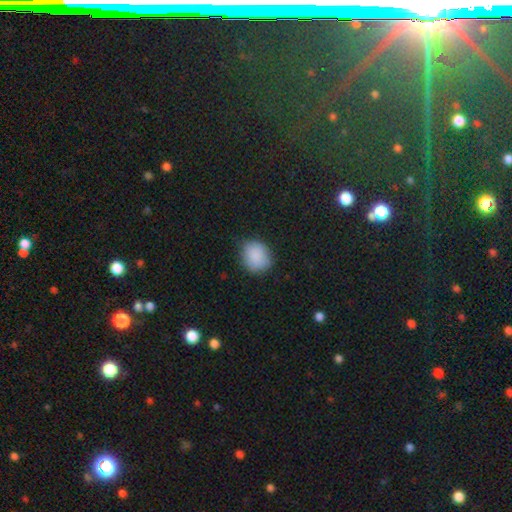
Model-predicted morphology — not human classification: smooth-or-featured: smooth: 88% | star or artifact: 8% | featured or disk: 4%
  how-rounded: round: 68% | in between: 31% | cigar-shaped: 1%
  merging: none: 77% | minor disturbance: 18% | major disturbance: 4% | merger: 1%